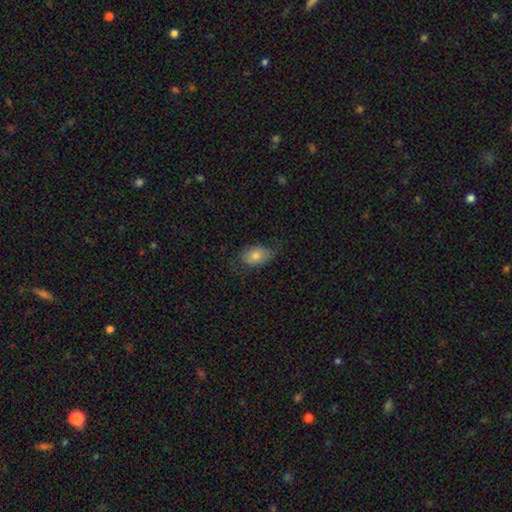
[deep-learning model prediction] Smooth or featured? smooth (70%)
How rounded? in between (84%)
Merging? none (62%)